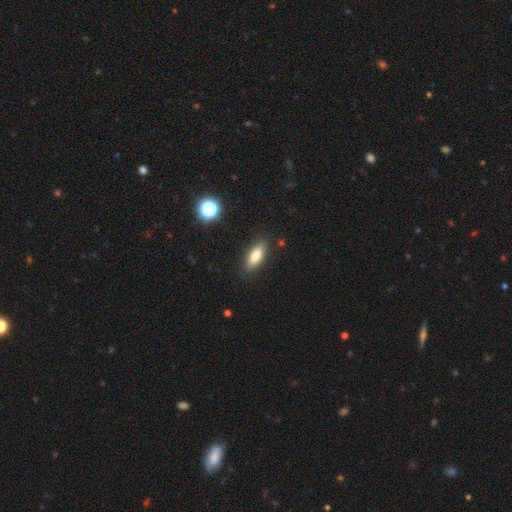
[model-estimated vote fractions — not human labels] A smooth galaxy with no disk features (76%) that is in between round and cigar-shaped (69%).

Vote fractions:
- Smooth or featured? smooth: 76% / featured or disk: 16% / star or artifact: 8%
- How rounded? in between: 69% / cigar-shaped: 28% / round: 3%
- Merging? none: 87% / minor disturbance: 9% / major disturbance: 2% / merger: 2%